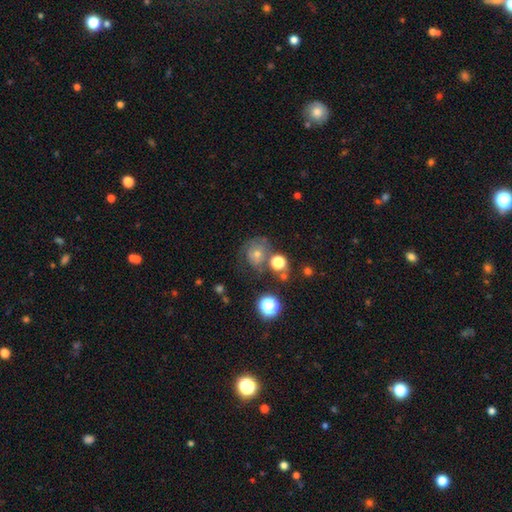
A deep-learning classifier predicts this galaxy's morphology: The model was most divided on "smooth or featured": smooth: 38%, featured or disk: 34%, star or artifact: 28%. More confident: merging — none (59%).